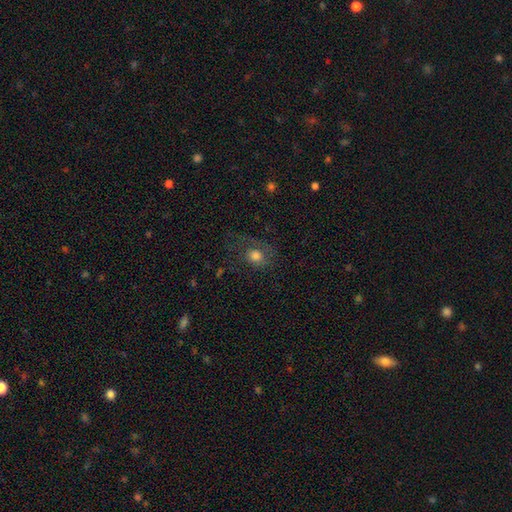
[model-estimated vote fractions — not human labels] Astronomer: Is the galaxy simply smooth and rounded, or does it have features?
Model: smooth — 60%.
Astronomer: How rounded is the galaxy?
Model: round — 65%.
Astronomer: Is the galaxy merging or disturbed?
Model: none — 52%.